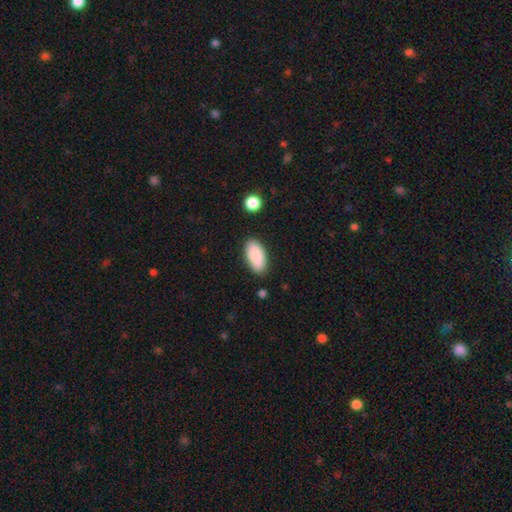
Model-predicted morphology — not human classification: This is clearly a smooth galaxy (88%). How rounded: clearly in between (92%). Merging: clearly none (85%).